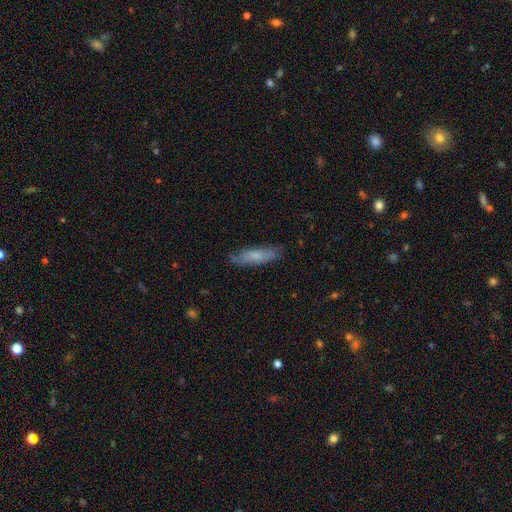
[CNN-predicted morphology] This is likely a smooth galaxy (65%). How rounded: possibly cigar-shaped (57%). Merging: likely none (75%).